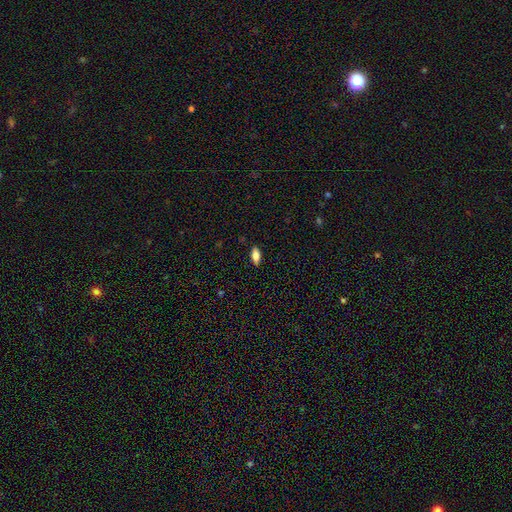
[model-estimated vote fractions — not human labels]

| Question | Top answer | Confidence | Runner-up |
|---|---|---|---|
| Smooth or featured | smooth | 73% | featured or disk (19%) |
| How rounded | in between | 82% | cigar-shaped (14%) |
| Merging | none | 88% | minor disturbance (9%) |